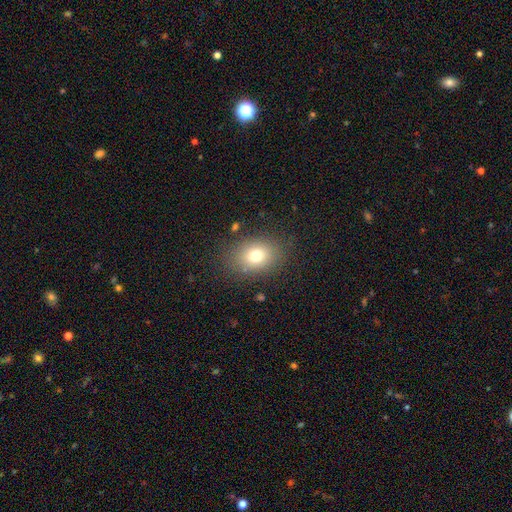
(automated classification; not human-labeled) Smooth or featured? smooth (75%)
How rounded? in between (66%)
Merging? none (82%)